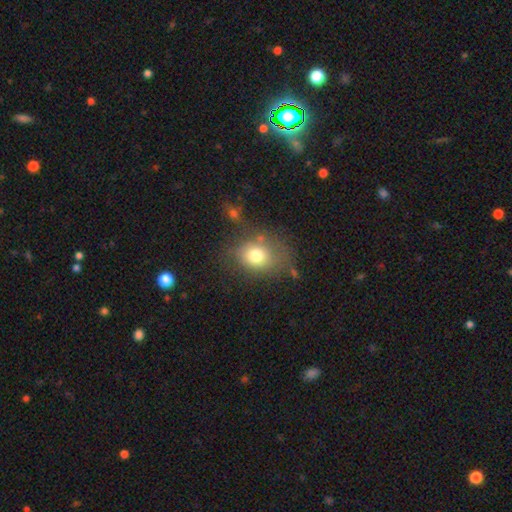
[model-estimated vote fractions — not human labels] Smooth or featured: smooth — 75% (featured or disk — 14%)
How rounded: round — 50% (in between — 49%)
Merging: none — 61% (minor disturbance — 21%)